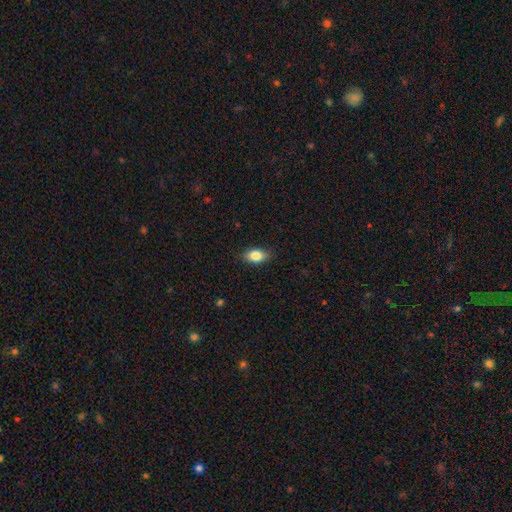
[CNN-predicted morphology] A smooth galaxy with no disk features (84%) that is in between round and cigar-shaped (89%). Merging: none (86%).